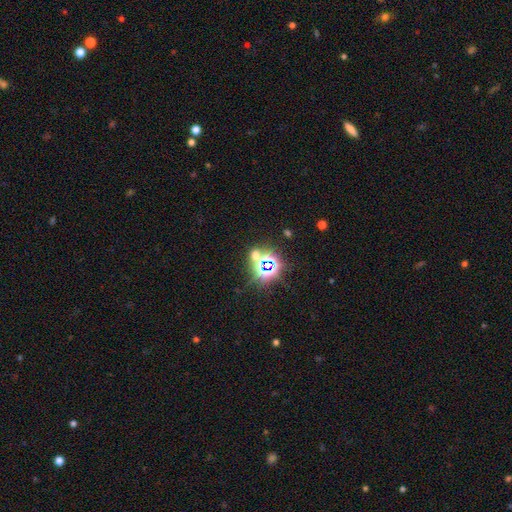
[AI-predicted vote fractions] Morphology: type=star or artifact (71%).